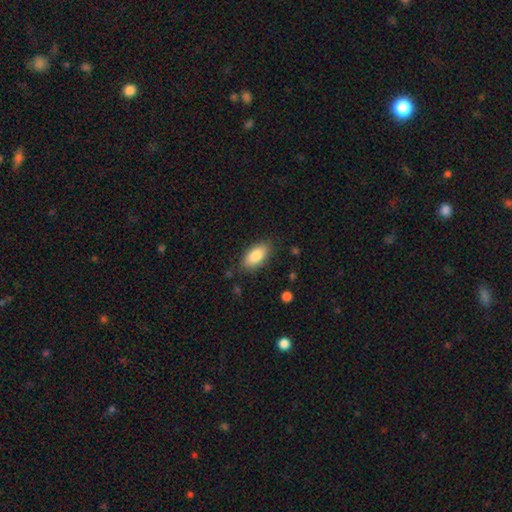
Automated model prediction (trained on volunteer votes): A smooth galaxy with no disk features (85%) that is in between round and cigar-shaped (91%). Merging: none (83%).